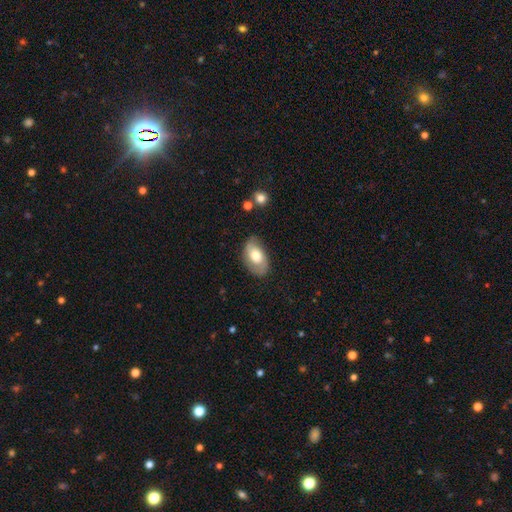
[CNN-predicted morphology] smooth 60%, featured or disk 33%, star or artifact 6%. Down the decision tree: how rounded — in between (93%); merging — none (75%).